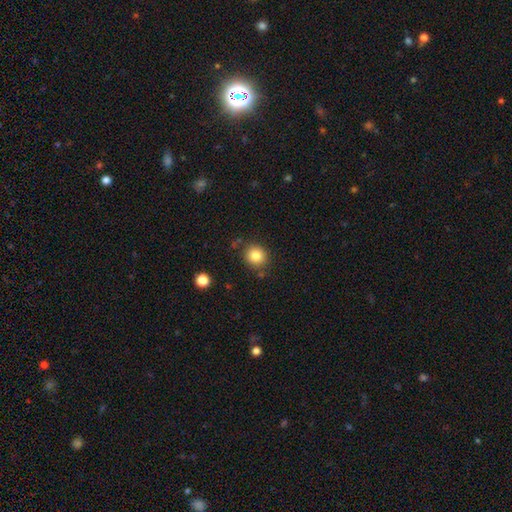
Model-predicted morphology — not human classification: Smooth or featured: smooth — 82% (star or artifact — 11%)
How rounded: round — 88% (in between — 12%)
Merging: none — 83% (minor disturbance — 10%)